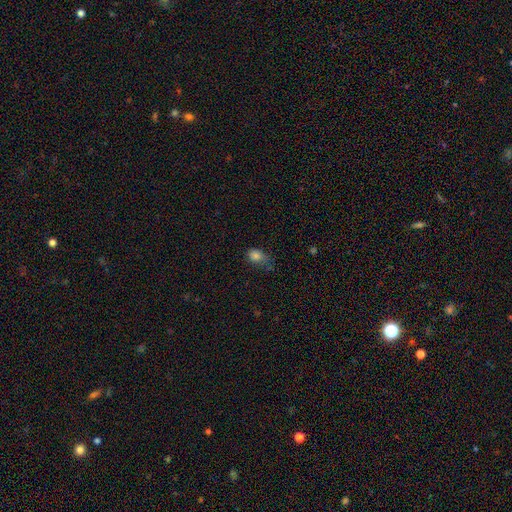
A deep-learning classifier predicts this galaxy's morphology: A smooth galaxy with no disk features (81%) that is in between round and cigar-shaped (67%).

Vote fractions:
- Smooth or featured? smooth: 81% / star or artifact: 11% / featured or disk: 8%
- How rounded? in between: 67% / round: 31% / cigar-shaped: 2%
- Merging? none: 41% / minor disturbance: 37% / major disturbance: 19% / merger: 3%